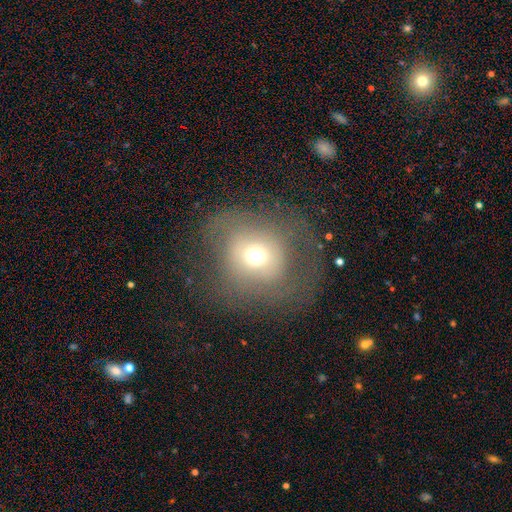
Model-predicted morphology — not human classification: Overall: smooth (54%; featured or disk 30%). How rounded: round (84%). Merging: none (54%; major disturbance 27%).